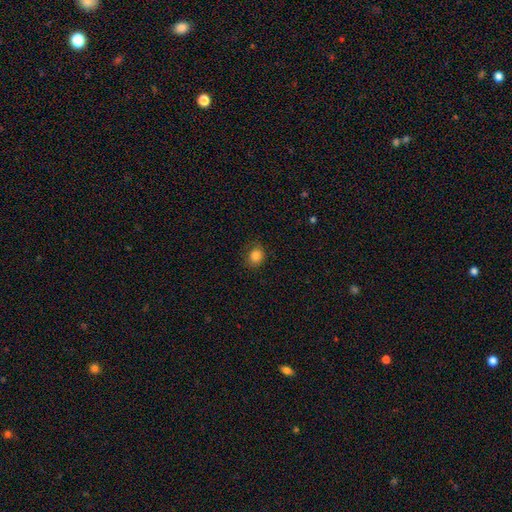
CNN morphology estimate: A smooth galaxy with no disk features (84%) that is round (73%). Merging: none (81%).